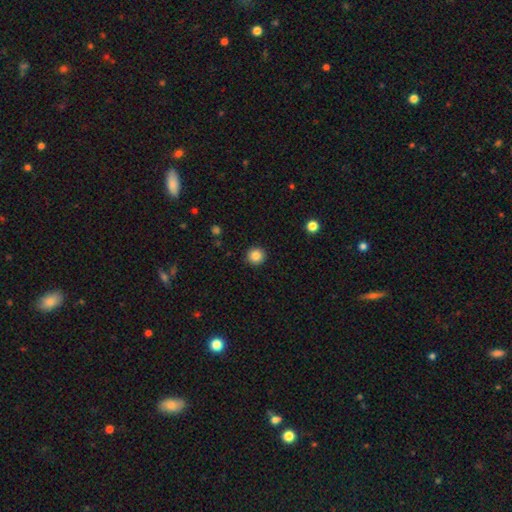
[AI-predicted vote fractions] Smooth or featured?
  - smooth: 85% *
  - star or artifact: 10%
  - featured or disk: 4%
How rounded?
  - round: 95% *
  - in between: 4%
  - cigar-shaped: 1%
Merging?
  - none: 92% *
  - minor disturbance: 5%
  - major disturbance: 2%
  - merger: 1%